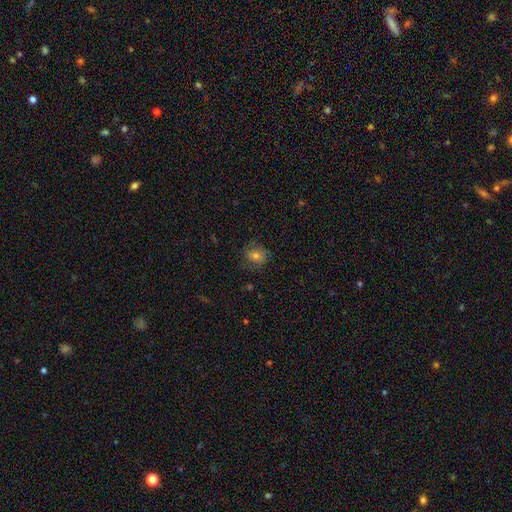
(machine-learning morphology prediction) A smooth galaxy with no disk features (57%) that is round (73%).

Vote fractions:
- Smooth or featured? smooth: 57% / featured or disk: 26% / star or artifact: 17%
- How rounded? round: 73% / in between: 26% / cigar-shaped: 1%
- Merging? none: 76% / minor disturbance: 16% / major disturbance: 6% / merger: 1%